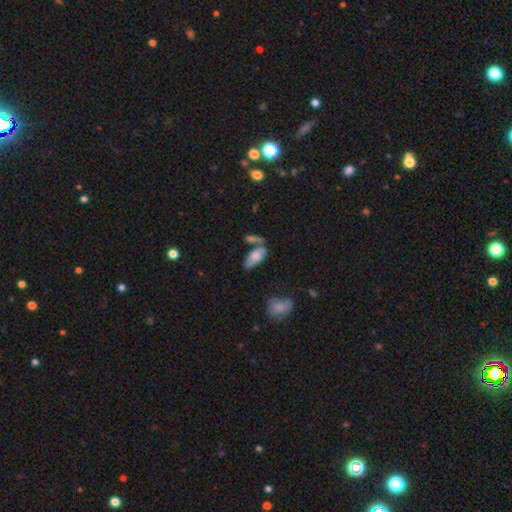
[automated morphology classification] A smooth galaxy with no disk features (72%) that is in between round and cigar-shaped (87%). Merging: none (51%).